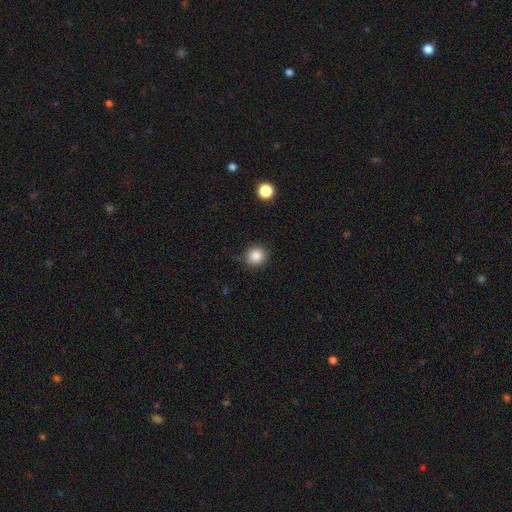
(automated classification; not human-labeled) Morphology: type=smooth (86%); roundness=round (88%); merging=none (83%).